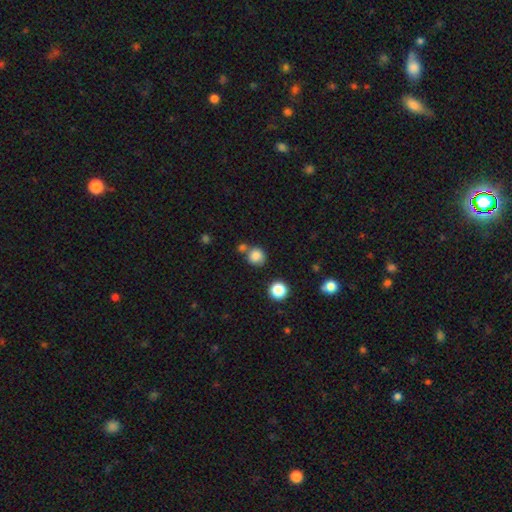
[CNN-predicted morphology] The model was most divided on "merging": none: 65%, merger: 20%, minor disturbance: 11%, major disturbance: 4%. More confident: how rounded — round (89%); smooth or featured — smooth (84%).